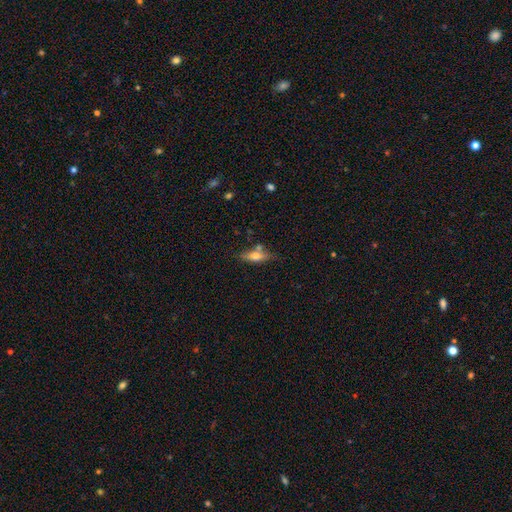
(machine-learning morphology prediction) This is likely a smooth galaxy (61%). How rounded: possibly in between (54%). Merging: likely none (66%).